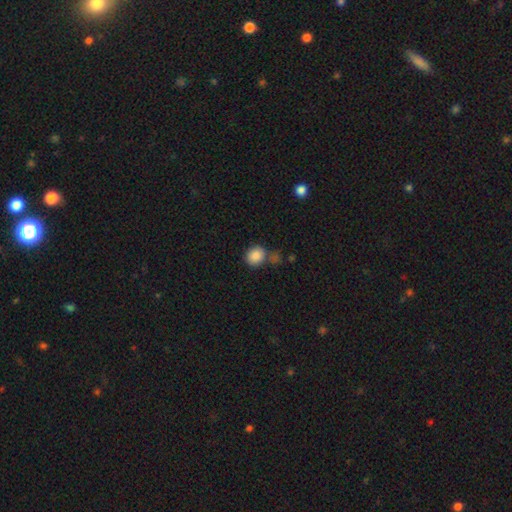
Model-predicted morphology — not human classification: Q: Smooth or featured?
A: smooth (87%); runner-up: star or artifact (9%)
Q: How rounded?
A: round (70%); runner-up: in between (29%)
Q: Merging?
A: none (64%); runner-up: merger (16%)